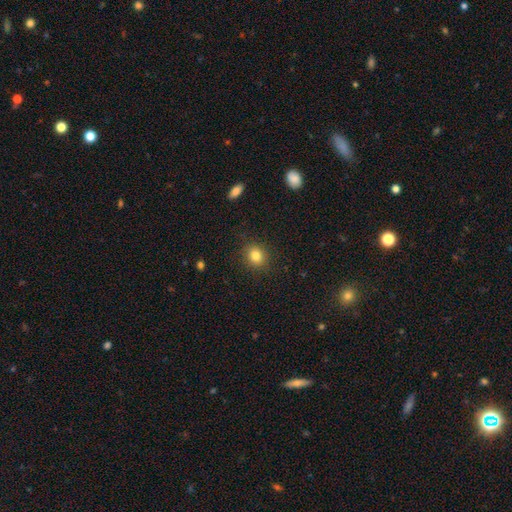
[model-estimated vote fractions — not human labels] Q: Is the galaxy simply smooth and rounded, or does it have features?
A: smooth — 83%.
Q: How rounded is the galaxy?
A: round — 76%.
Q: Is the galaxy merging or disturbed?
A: none — 89%.